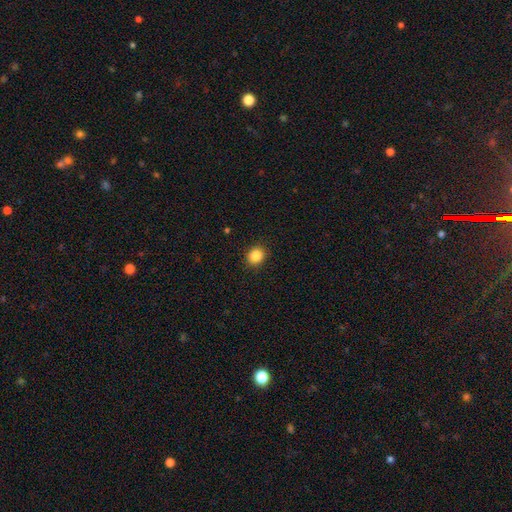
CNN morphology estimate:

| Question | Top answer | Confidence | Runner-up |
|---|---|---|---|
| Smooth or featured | smooth | 86% | star or artifact (10%) |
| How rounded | round | 76% | in between (23%) |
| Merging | none | 90% | minor disturbance (7%) |